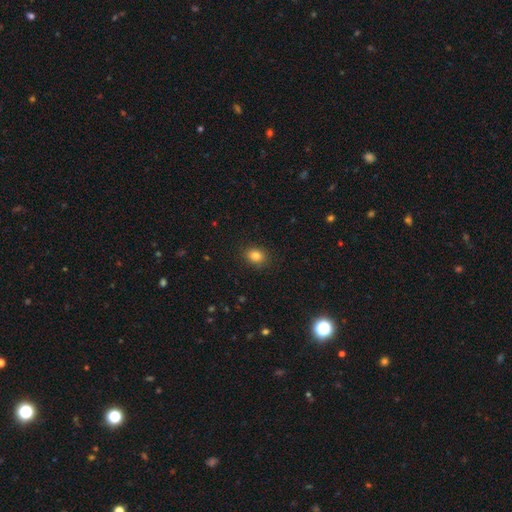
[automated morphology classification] smooth-or-featured: smooth: 83% | star or artifact: 11% | featured or disk: 6%
  how-rounded: round: 52% | in between: 47% | cigar-shaped: 1%
  merging: none: 88% | minor disturbance: 9% | major disturbance: 2% | merger: 1%